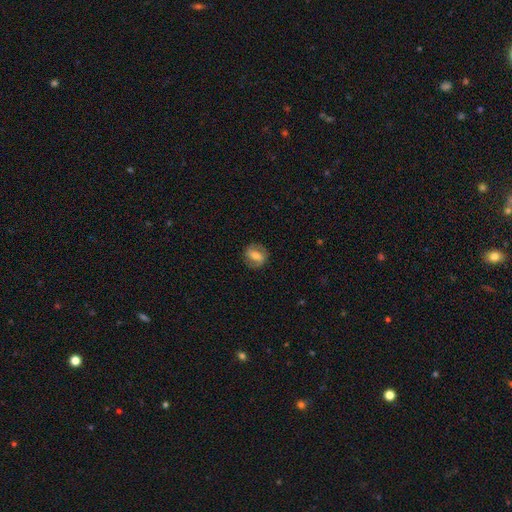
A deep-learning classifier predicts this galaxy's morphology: Smooth or featured? Predicted: featured or disk (p=0.46, tied with smooth). Merging? Predicted: none (p=0.81).